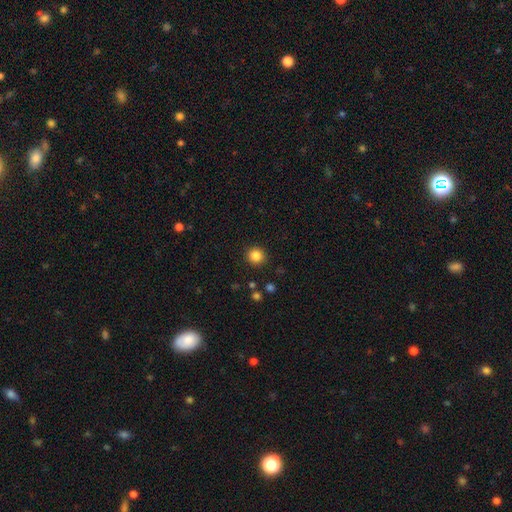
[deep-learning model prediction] Smooth or featured: smooth — 85% (star or artifact — 11%)
How rounded: round — 93% (in between — 6%)
Merging: none — 91% (minor disturbance — 6%)